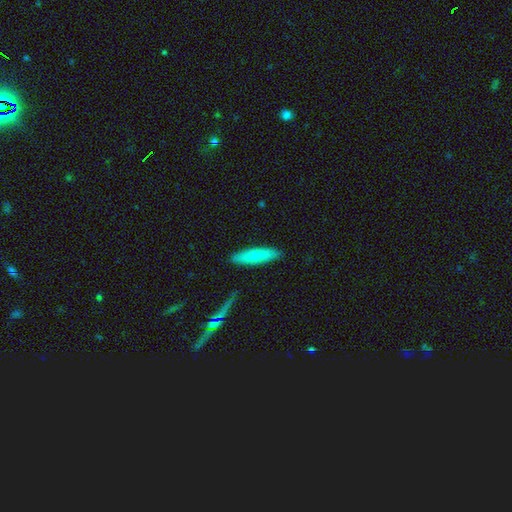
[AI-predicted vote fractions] Overall: smooth (66%; featured or disk 28%). How rounded: cigar-shaped (73%). Merging: none (88%).